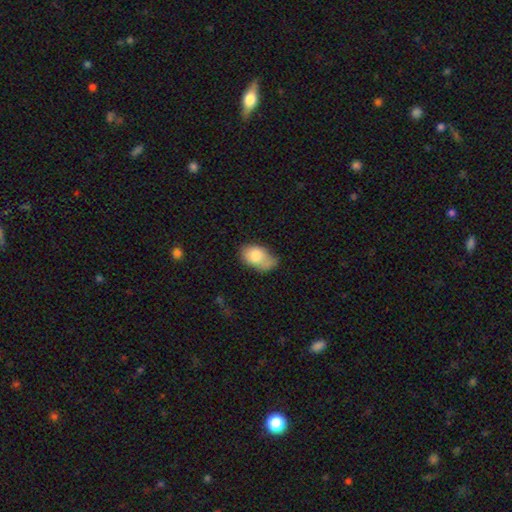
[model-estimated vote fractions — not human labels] Q: Smooth or featured?
A: smooth (79%); runner-up: featured or disk (13%)
Q: How rounded?
A: in between (86%); runner-up: round (13%)
Q: Merging?
A: minor disturbance (40%); runner-up: none (33%)